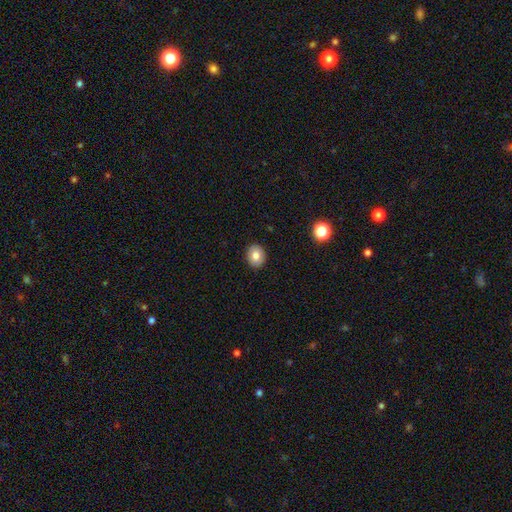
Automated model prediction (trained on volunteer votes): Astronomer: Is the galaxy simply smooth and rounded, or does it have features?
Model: smooth — 80%.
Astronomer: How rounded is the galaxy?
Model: round — 57% (runner-up: in between, 43%).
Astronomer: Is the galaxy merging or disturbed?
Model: none — 91%.